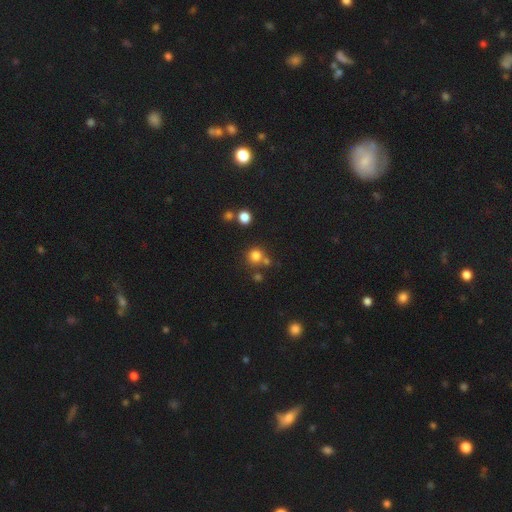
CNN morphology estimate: Overall: smooth (77%). How rounded: round (91%). Merging: none (68%).